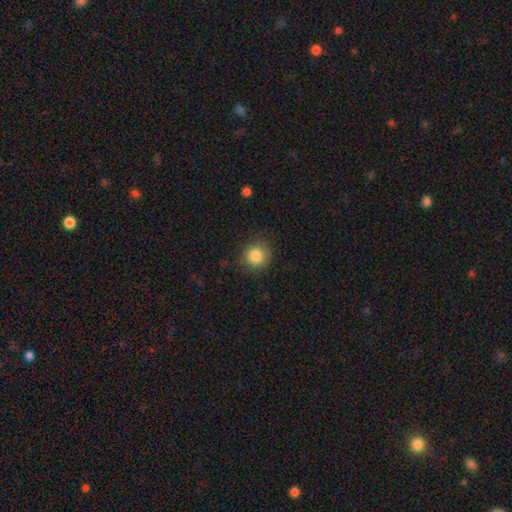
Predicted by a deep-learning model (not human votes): smooth_or_featured: smooth (p=0.85) [alt: star or artifact p=0.10]
how_rounded: round (p=0.90) [alt: in between p=0.09]
merging: none (p=0.83) [alt: minor disturbance p=0.12]